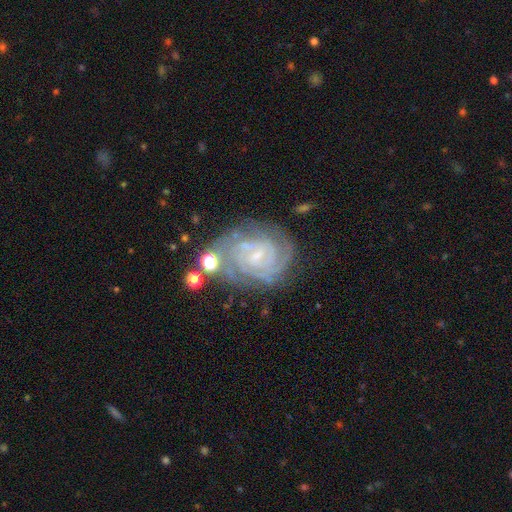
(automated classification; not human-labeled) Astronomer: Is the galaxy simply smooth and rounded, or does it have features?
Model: featured or disk — 87%.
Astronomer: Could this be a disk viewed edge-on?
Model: no — 98%.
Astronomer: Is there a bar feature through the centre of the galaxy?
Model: weak — 46% (runner-up: no, 35%).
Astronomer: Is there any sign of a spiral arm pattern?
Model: yes — 98%.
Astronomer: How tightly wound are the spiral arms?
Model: tight — 78%.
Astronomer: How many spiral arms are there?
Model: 2 — 29% (runner-up: 3, 24%).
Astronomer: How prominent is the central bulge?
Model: small — 75%.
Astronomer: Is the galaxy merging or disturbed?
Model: none — 67%.